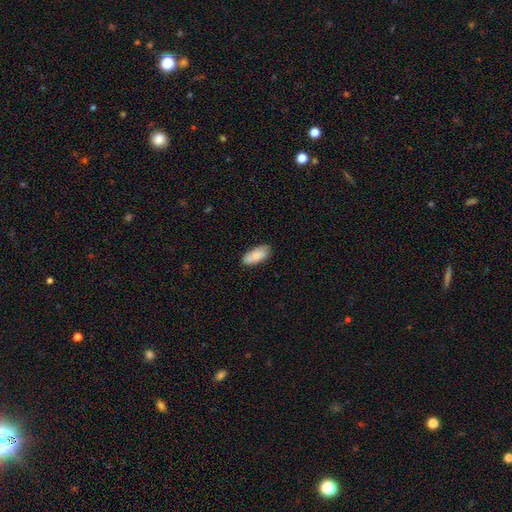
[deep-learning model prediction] Smooth or featured? Predicted: smooth (p=0.81). How rounded? Predicted: in between (p=0.86). Merging? Predicted: none (p=0.79).